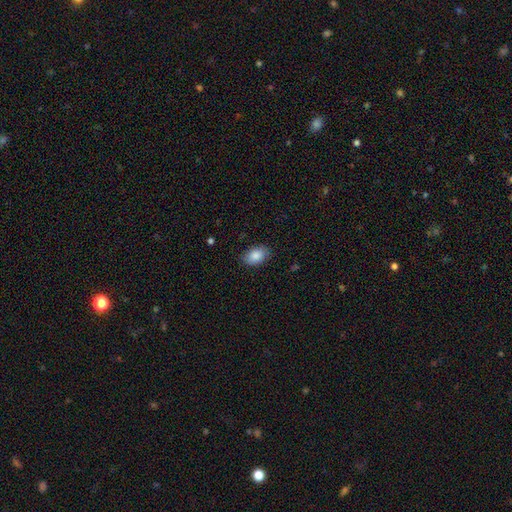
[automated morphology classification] smooth-or-featured: smooth: 87% | star or artifact: 7% | featured or disk: 6%
  how-rounded: in between: 87% | round: 12% | cigar-shaped: 1%
  merging: none: 84% | minor disturbance: 12% | major disturbance: 3% | merger: 1%